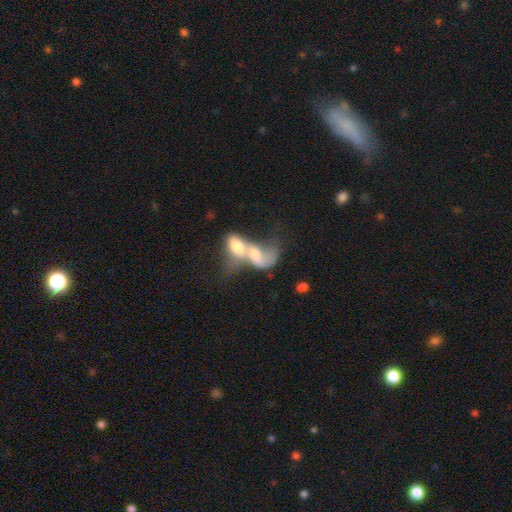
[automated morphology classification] smooth_or_featured: smooth (p=0.53) [alt: featured or disk p=0.39]
how_rounded: in between (p=0.82) [alt: round p=0.12]
merging: merger (p=0.83) [alt: major disturbance p=0.09]